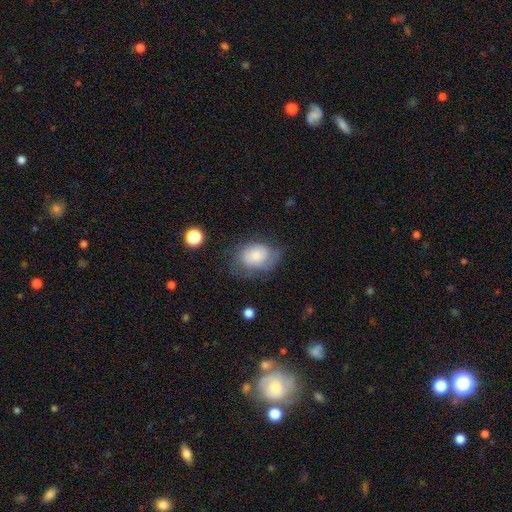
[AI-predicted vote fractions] smooth-or-featured: smooth: 63% | featured or disk: 28% | star or artifact: 9%
  how-rounded: in between: 73% | round: 26% | cigar-shaped: 1%
  merging: none: 50% | minor disturbance: 30% | major disturbance: 18% | merger: 2%